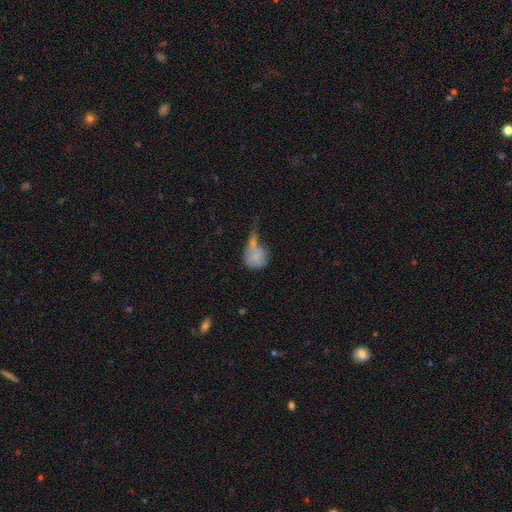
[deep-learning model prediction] This appears to be a smooth galaxy with no disk features (67%) that is round (59%). Merging: major disturbance (33%).